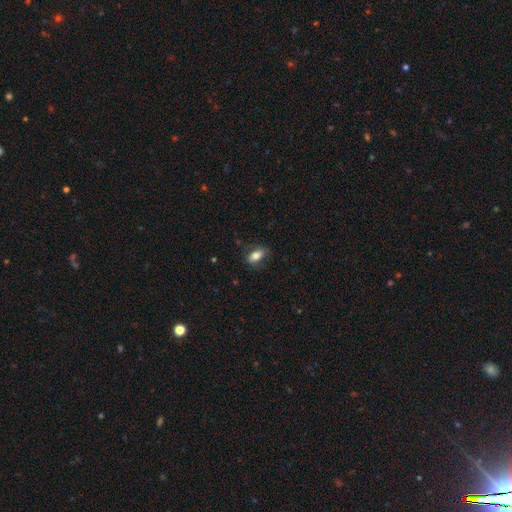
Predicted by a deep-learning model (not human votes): Smooth or featured?
  - smooth: 71% *
  - featured or disk: 21%
  - star or artifact: 7%
How rounded?
  - in between: 86% *
  - cigar-shaped: 8%
  - round: 7%
Merging?
  - none: 74% *
  - minor disturbance: 18%
  - major disturbance: 7%
  - merger: 1%